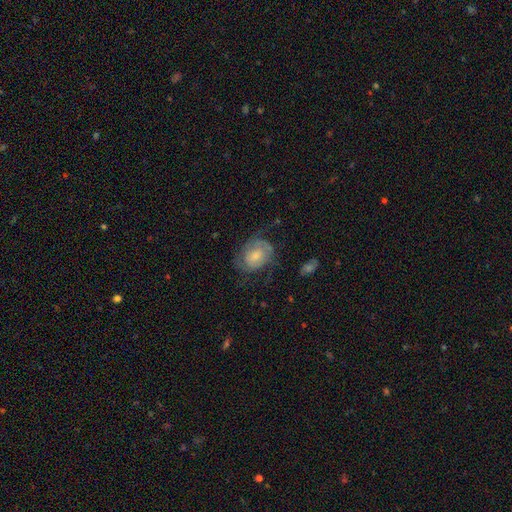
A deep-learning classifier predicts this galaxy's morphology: This is possibly a featured or disk galaxy (56%). It is clearly not viewed edge-on (97%). Bar: likely no (62%). Spiral arm pattern: likely yes (80%). Central bulge: marginally small (44%). Merging: possibly none (54%).